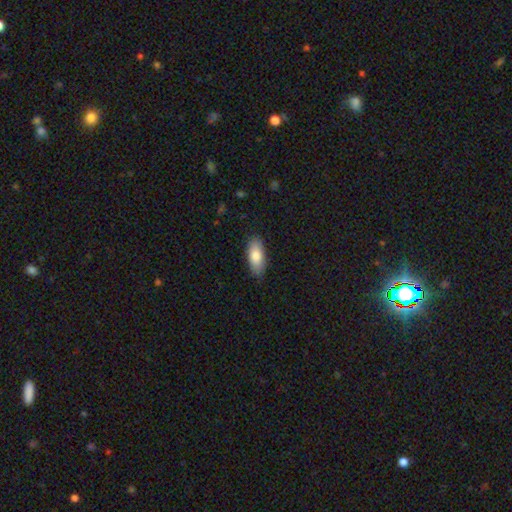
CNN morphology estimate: smooth_or_featured: smooth (p=0.81) [alt: featured or disk p=0.13]
how_rounded: in between (p=0.85) [alt: cigar-shaped p=0.12]
merging: none (p=0.86) [alt: minor disturbance p=0.11]